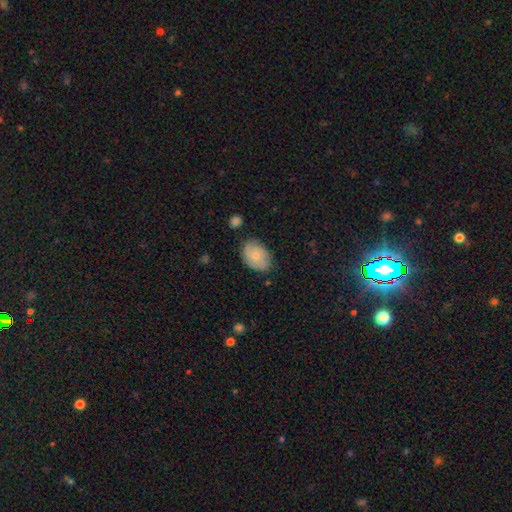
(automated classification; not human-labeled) smooth-or-featured: smooth: 62% | featured or disk: 31% | star or artifact: 7%
  how-rounded: in between: 78% | round: 21% | cigar-shaped: 1%
  merging: none: 71% | minor disturbance: 23% | major disturbance: 4% | merger: 2%